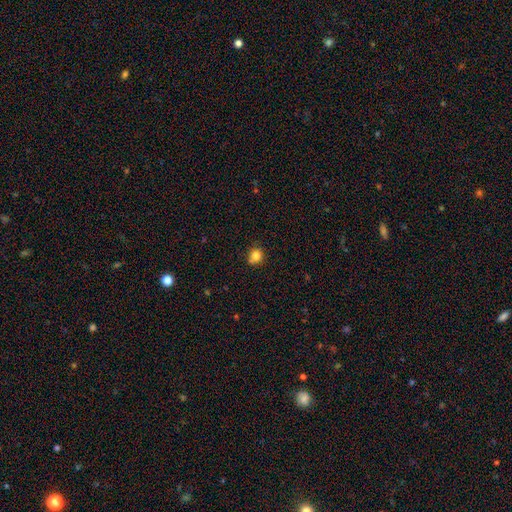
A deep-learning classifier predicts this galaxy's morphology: smooth-or-featured: smooth: 82% | star or artifact: 12% | featured or disk: 6%
  how-rounded: round: 84% | in between: 16% | cigar-shaped: 1%
  merging: none: 74% | minor disturbance: 17% | merger: 6% | major disturbance: 3%